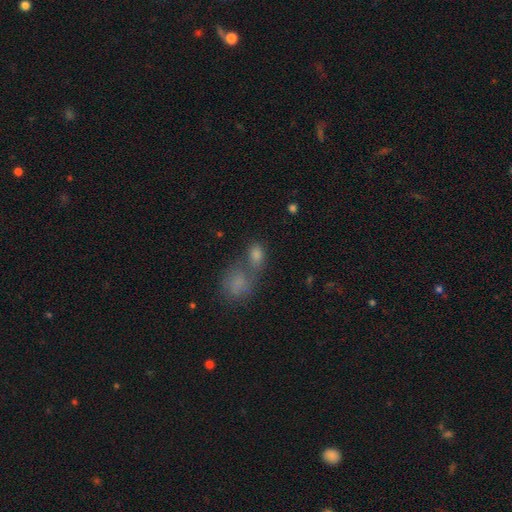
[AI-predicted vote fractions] The model was most divided on "how rounded": in between: 59%, round: 38%, cigar-shaped: 3%. More confident: smooth or featured — smooth (71%); merging — merger (55%).